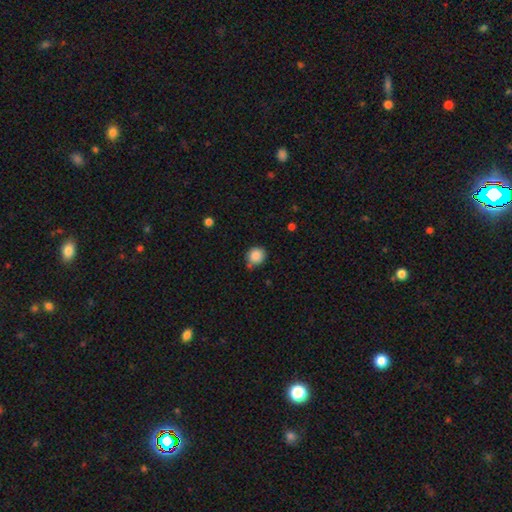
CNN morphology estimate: Smooth or featured? Predicted: smooth (p=0.87). How rounded? Predicted: round (p=0.86). Merging? Predicted: none (p=0.69).